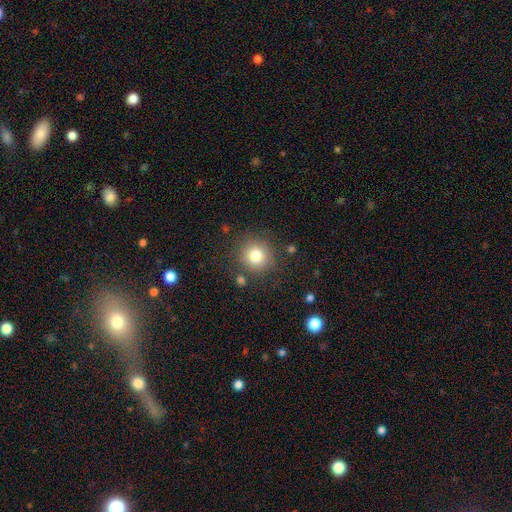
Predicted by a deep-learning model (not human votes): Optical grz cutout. It shows a smooth galaxy with no disk features (78%) that is round (92%). Merging: none (84%).